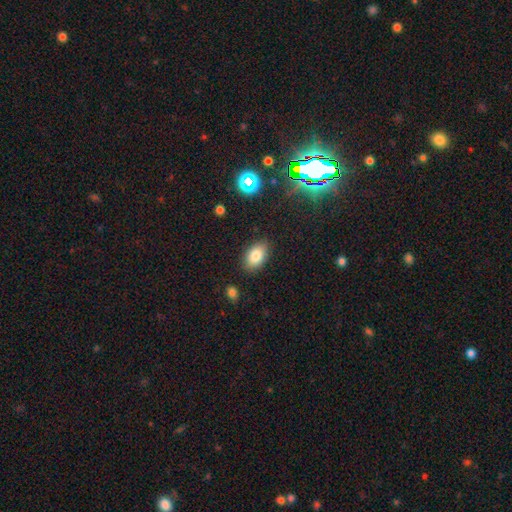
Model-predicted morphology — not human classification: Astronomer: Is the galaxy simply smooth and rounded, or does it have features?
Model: smooth — 82%.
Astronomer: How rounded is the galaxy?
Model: in between — 90%.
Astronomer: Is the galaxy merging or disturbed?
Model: none — 85%.